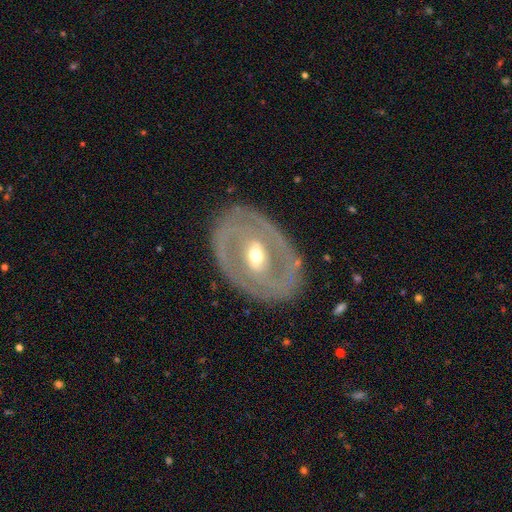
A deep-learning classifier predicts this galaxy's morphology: This is likely a featured or disk galaxy (78%). It is clearly not viewed edge-on (93%). Bar: marginally weak (39%). Spiral arm pattern: possibly yes (54%). Central bulge: likely moderate (61%). Merging: clearly none (81%).